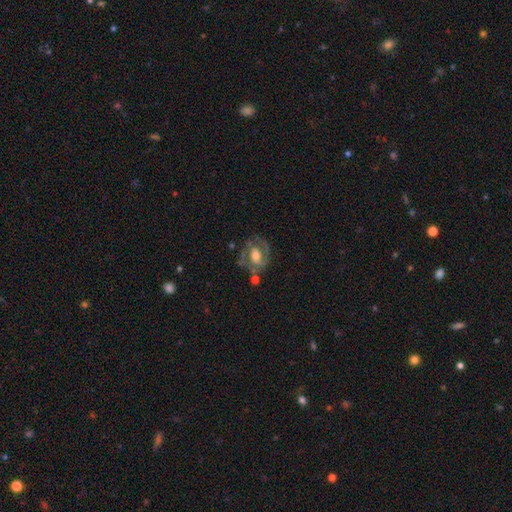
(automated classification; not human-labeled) Morphology: type=featured or disk (75%); edge-on=no (96%); bar=no (44%); spiral arms=yes (80%); winding=medium (45%); arm count=2 (75%); bulge=moderate (54%); merging=none (60%).